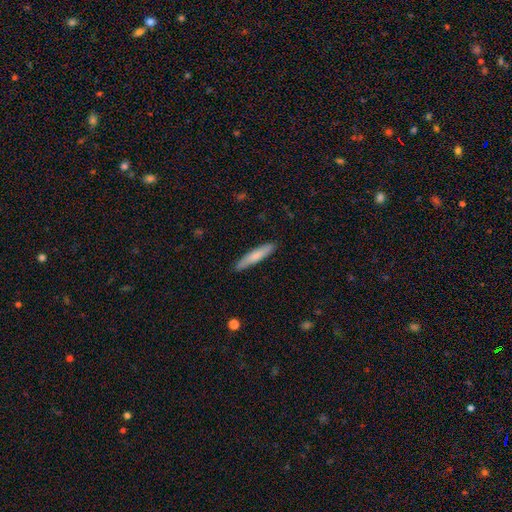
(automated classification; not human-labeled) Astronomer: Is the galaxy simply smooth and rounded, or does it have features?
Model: smooth — 72%.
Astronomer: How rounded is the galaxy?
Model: cigar-shaped — 90%.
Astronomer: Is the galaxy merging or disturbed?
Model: none — 88%.